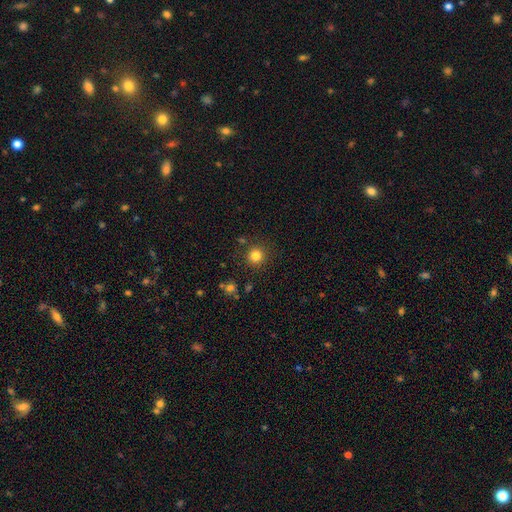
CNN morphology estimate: A smooth galaxy with no disk features (82%) that is round (94%).

Vote fractions:
- Smooth or featured? smooth: 82% / star or artifact: 13% / featured or disk: 5%
- How rounded? round: 94% / in between: 5% / cigar-shaped: 1%
- Merging? none: 87% / minor disturbance: 7% / merger: 3% / major disturbance: 3%